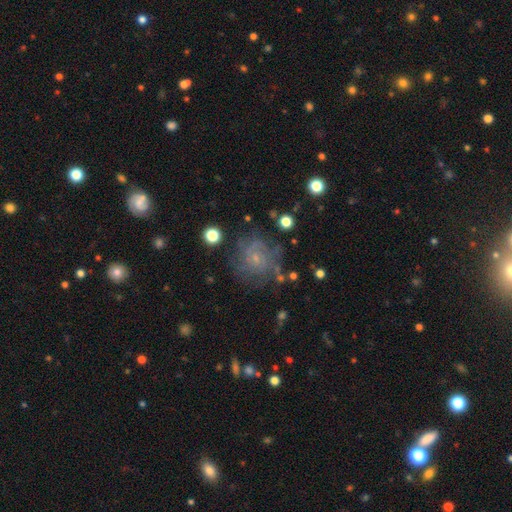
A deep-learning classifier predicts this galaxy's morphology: smooth-or-featured: featured or disk: 53% | smooth: 29% | star or artifact: 18%
  disk-edge-on: no: 97% | yes: 3%
    bar: no: 79% | weak: 18% | strong: 3%
    has-spiral-arms: yes: 75% | no: 25%
    bulge-size: small: 73% | moderate: 16% | none: 8% | large: 2% | dominant: 1%
  merging: none: 67% | minor disturbance: 18% | major disturbance: 12% | merger: 3%